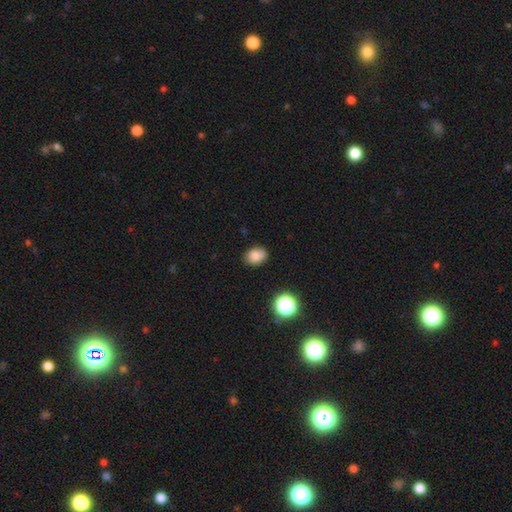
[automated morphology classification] This appears to be a smooth galaxy with no disk features (81%) that is in between round and cigar-shaped (65%). Merging: none (82%).